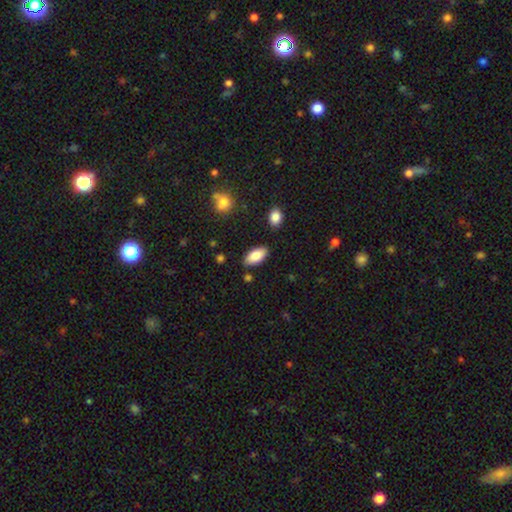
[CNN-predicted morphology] Smooth or featured: smooth — 82% (featured or disk — 11%)
How rounded: in between — 92% (cigar-shaped — 6%)
Merging: none — 84% (minor disturbance — 11%)